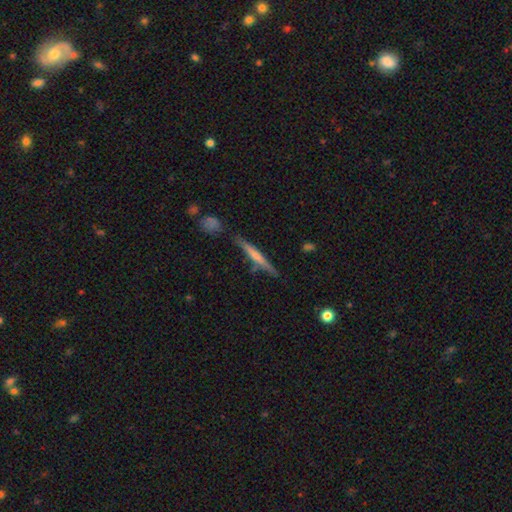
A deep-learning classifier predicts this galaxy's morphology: Smooth or featured? smooth (47%)
Merging? none (75%)